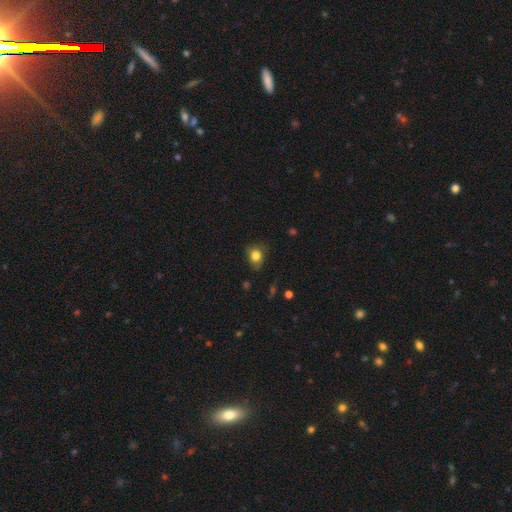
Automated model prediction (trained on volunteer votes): Overall: smooth (81%). How rounded: round (57%; in between 42%). Merging: none (67%).